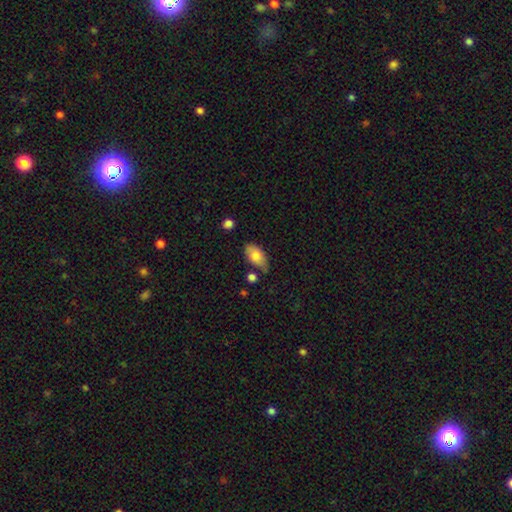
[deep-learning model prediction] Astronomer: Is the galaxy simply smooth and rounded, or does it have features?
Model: smooth — 76%.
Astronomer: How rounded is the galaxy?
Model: in between — 93%.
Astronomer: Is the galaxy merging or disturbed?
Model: none — 68%.